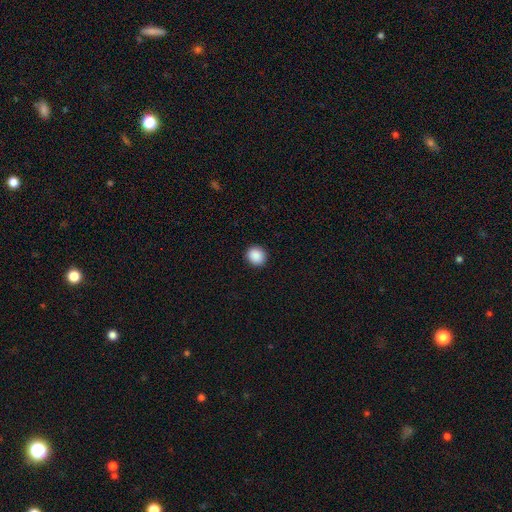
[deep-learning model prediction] Q: Smooth or featured?
A: smooth (89%); runner-up: star or artifact (8%)
Q: How rounded?
A: round (85%); runner-up: in between (14%)
Q: Merging?
A: none (92%); runner-up: minor disturbance (6%)